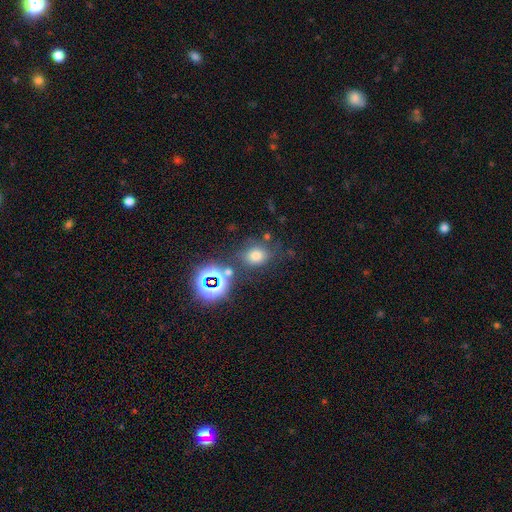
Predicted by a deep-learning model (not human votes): This appears to be a smooth galaxy with no disk features (67%) that is round (58%). Merging: none (70%).